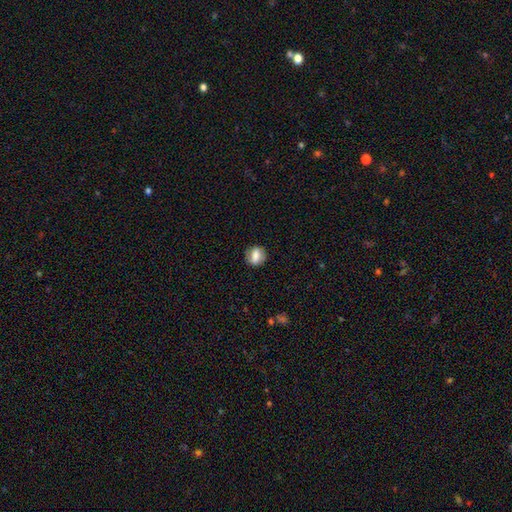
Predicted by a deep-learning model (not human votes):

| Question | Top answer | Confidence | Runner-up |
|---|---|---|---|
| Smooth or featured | smooth | 62% | featured or disk (29%) |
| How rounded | round | 54% | in between (43%) |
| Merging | none | 77% | minor disturbance (16%) |